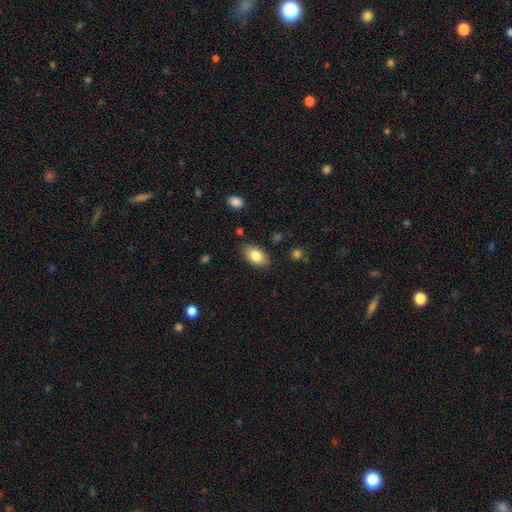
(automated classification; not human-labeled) Smooth or featured: smooth — 82% (featured or disk — 11%)
How rounded: in between — 92% (round — 6%)
Merging: none — 84% (minor disturbance — 12%)